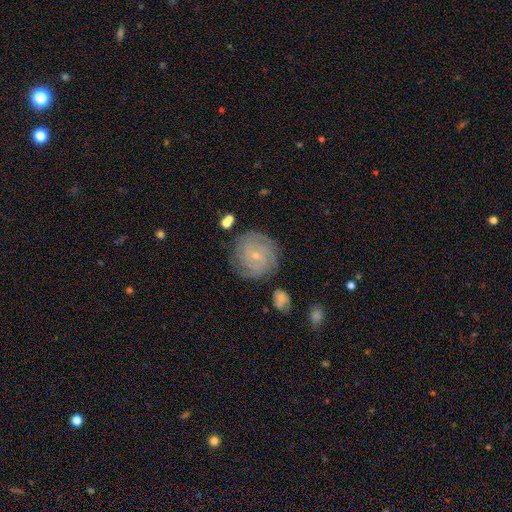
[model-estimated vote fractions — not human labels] Smooth or featured? featured or disk (83%)
Edge-on disk? no (98%)
Bar? no (69%)
Spiral arms? yes (97%)
Spiral winding? tight (79%)
Spiral arm count? 3 (25%)
Bulge size? small (82%)
Merging? none (79%)